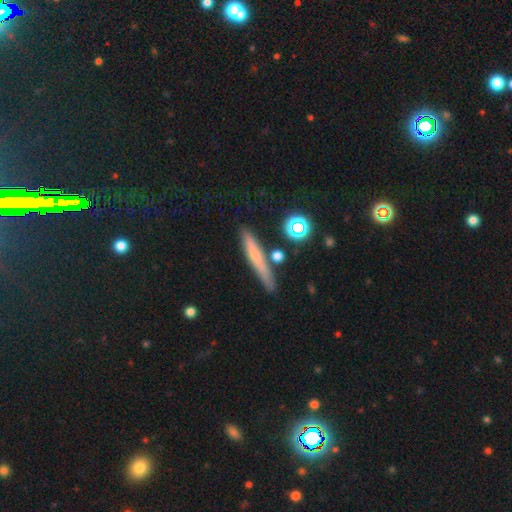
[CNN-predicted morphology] Overall: smooth (56%; featured or disk 32%). How rounded: cigar-shaped (88%). Merging: none (80%).